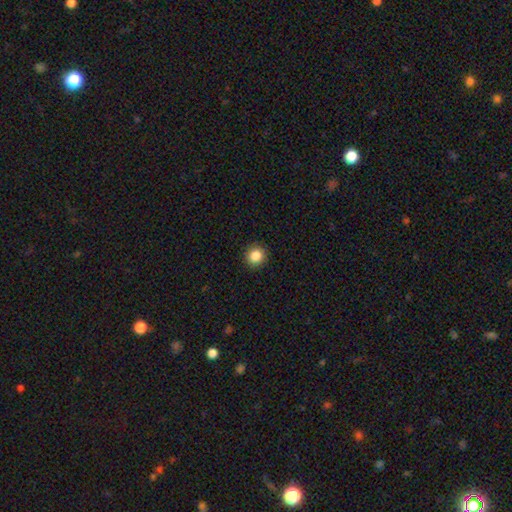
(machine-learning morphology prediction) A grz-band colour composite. It shows a smooth galaxy with no disk features (86%) that is round (91%). Merging: none (92%).